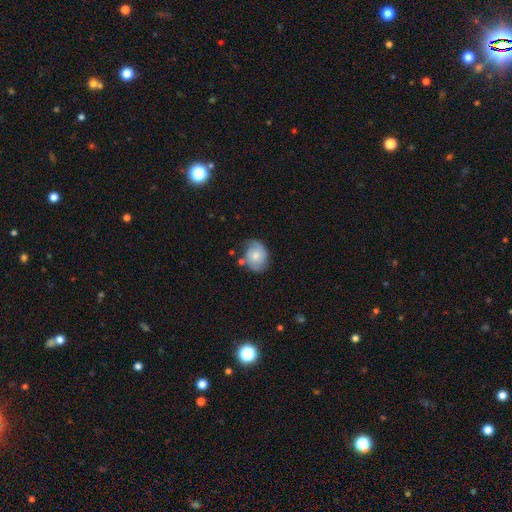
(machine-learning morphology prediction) Smooth or featured? Predicted: smooth (p=0.58). How rounded? Predicted: in between (p=0.55). Merging? Predicted: none (p=0.58).